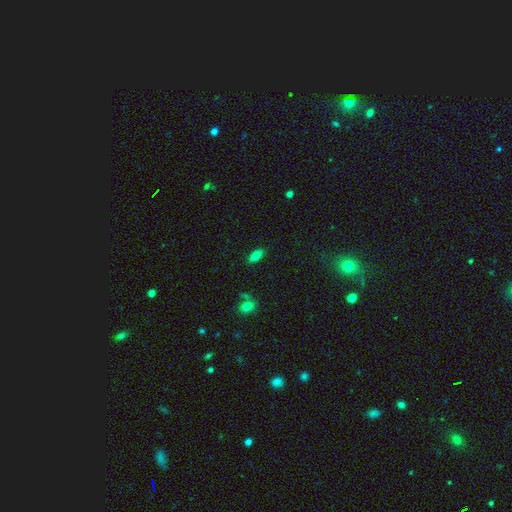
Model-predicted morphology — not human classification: A smooth galaxy with no disk features (78%) that is in between round and cigar-shaped (86%). Merging: none (85%).